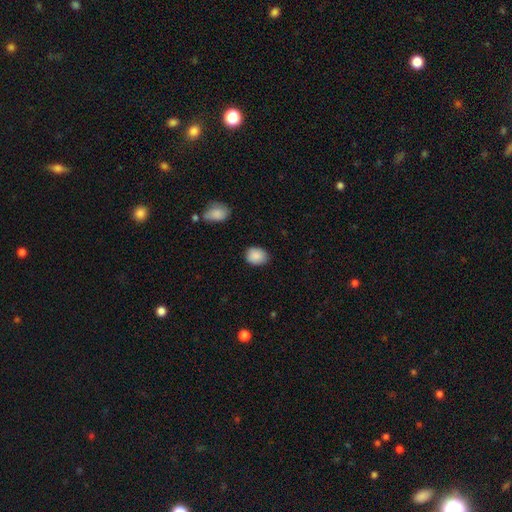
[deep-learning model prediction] The model was most divided on "how rounded": in between: 50%, round: 49%, cigar-shaped: 1%. More confident: smooth or featured — smooth (89%); merging — none (81%).